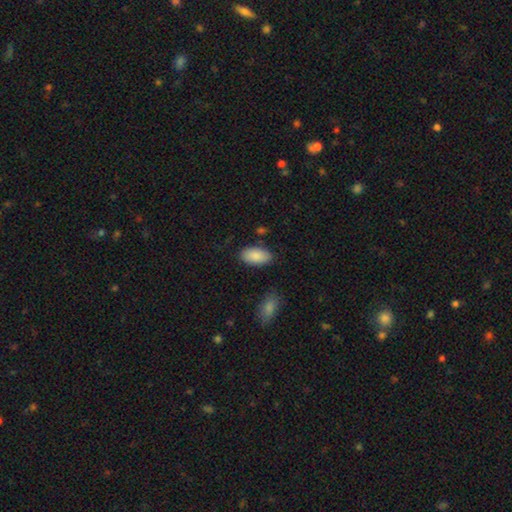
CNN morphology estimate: Smooth or featured: smooth — 89% (star or artifact — 6%)
How rounded: in between — 95% (cigar-shaped — 3%)
Merging: none — 83% (minor disturbance — 12%)